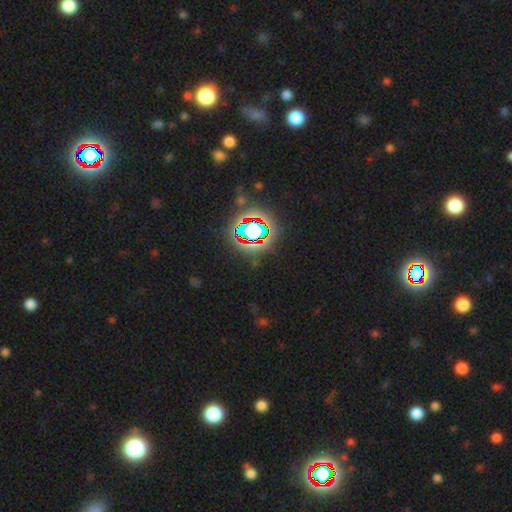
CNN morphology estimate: Q: Smooth or featured?
A: star or artifact (80%); runner-up: smooth (12%)